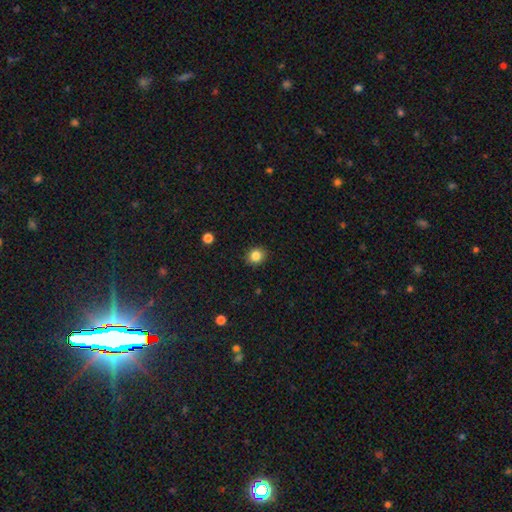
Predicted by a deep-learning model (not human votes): The model was most divided on "how rounded": round: 82%, in between: 17%, cigar-shaped: 1%. More confident: merging — none (90%); smooth or featured — smooth (85%).